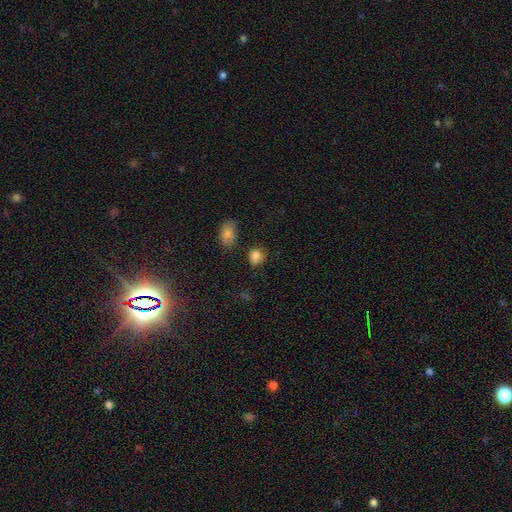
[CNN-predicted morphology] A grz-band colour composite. It shows a smooth galaxy with no disk features (84%) that is round (66%). Merging: none (75%).